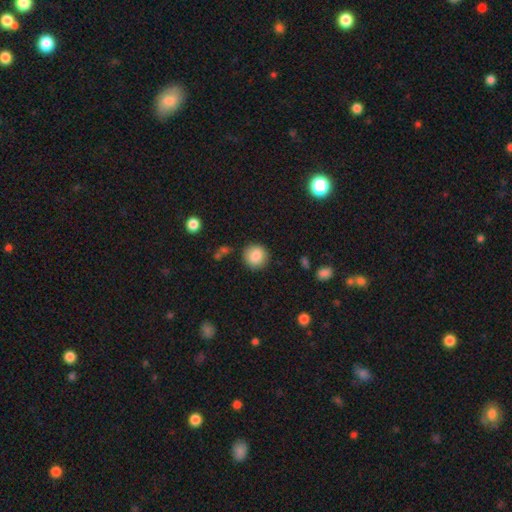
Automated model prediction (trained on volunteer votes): A smooth galaxy with no disk features (85%) that is round (91%).

Vote fractions:
- Smooth or featured? smooth: 85% / star or artifact: 9% / featured or disk: 6%
- How rounded? round: 91% / in between: 9% / cigar-shaped: 1%
- Merging? none: 87% / minor disturbance: 8% / major disturbance: 3% / merger: 2%